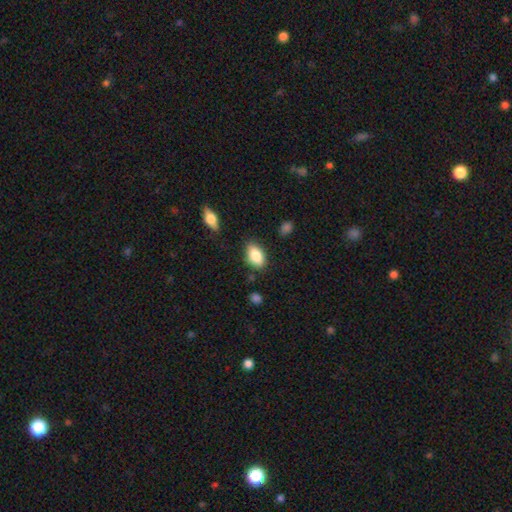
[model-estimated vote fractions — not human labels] This appears to be a smooth galaxy with no disk features (84%) that is in between round and cigar-shaped (90%). Merging: none (79%).